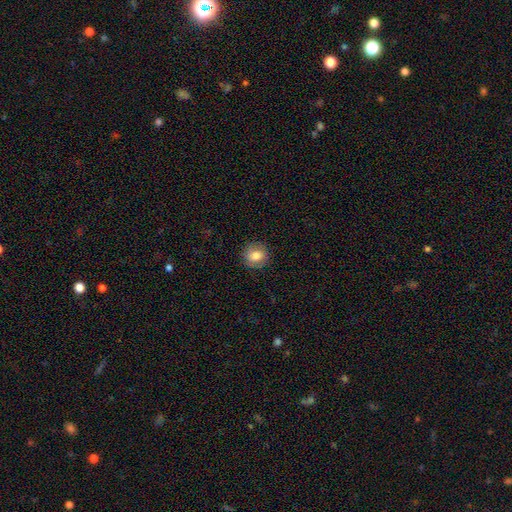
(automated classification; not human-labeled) Morphology: type=smooth (76%); roundness=round (88%); merging=none (86%).